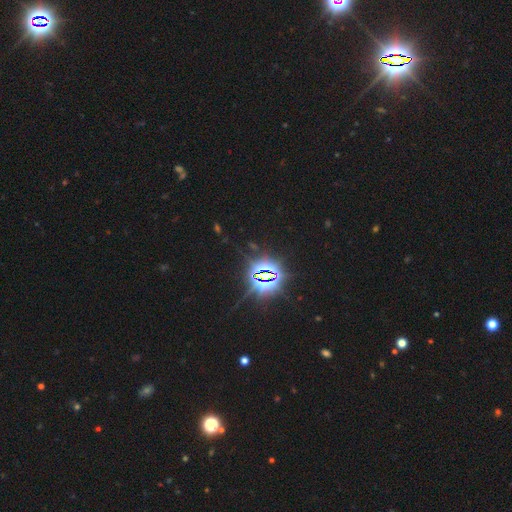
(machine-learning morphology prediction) Q: Smooth or featured?
A: star or artifact (86%); runner-up: smooth (9%)